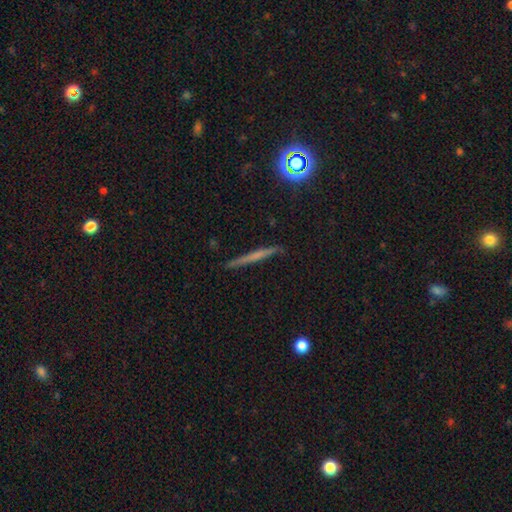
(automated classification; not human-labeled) Morphology: type=featured or disk (47%); merging=none (88%).